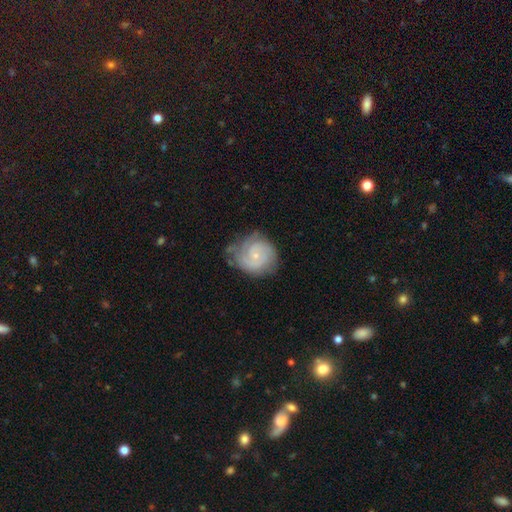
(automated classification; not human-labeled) featured or disk 77%, smooth 17%, star or artifact 6%. Down the decision tree: edge-on disk — no (98%); bar — no (71%); spiral arms — yes (94%); spiral arm count — 2 (45%); spiral winding — tight (64%); bulge size — small (76%); merging — none (62%).